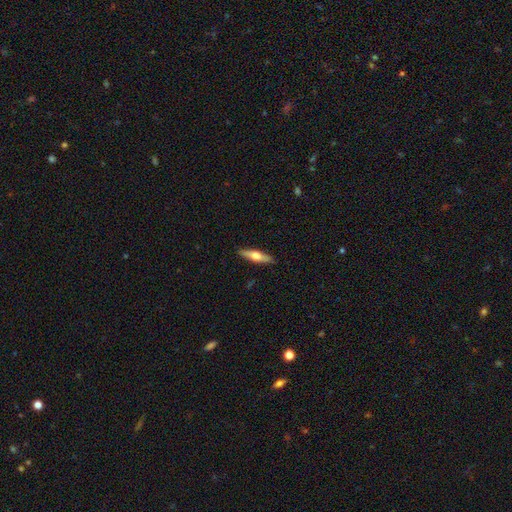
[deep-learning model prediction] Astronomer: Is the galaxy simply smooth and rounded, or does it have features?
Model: smooth — 50% (runner-up: featured or disk, 44%).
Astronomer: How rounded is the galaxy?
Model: cigar-shaped — 77%.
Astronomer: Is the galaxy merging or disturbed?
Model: none — 89%.